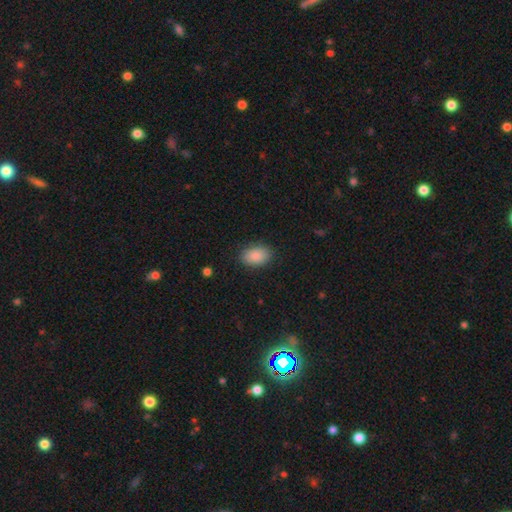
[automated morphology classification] The model was most divided on "merging": none: 85%, minor disturbance: 11%, major disturbance: 3%, merger: 1%. More confident: smooth or featured — smooth (89%); how rounded — in between (88%).